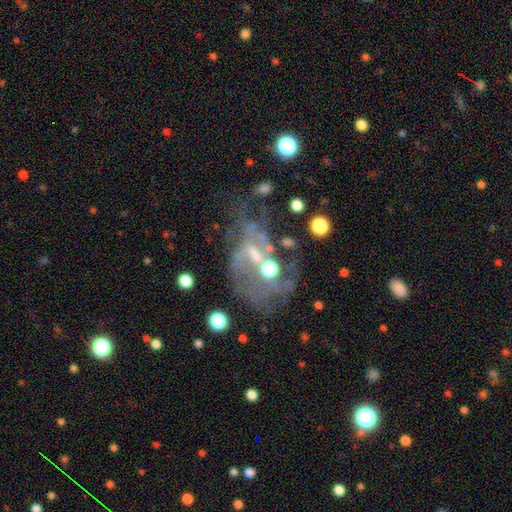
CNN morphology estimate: Overall: featured or disk (67%). Edge-on disk: no (96%). Bar: no (53%; weak 34%). Spiral arms: yes (59%; no 41%). Bulge size: moderate (42%; small 39%). Merging: none (31%; major disturbance 30%).